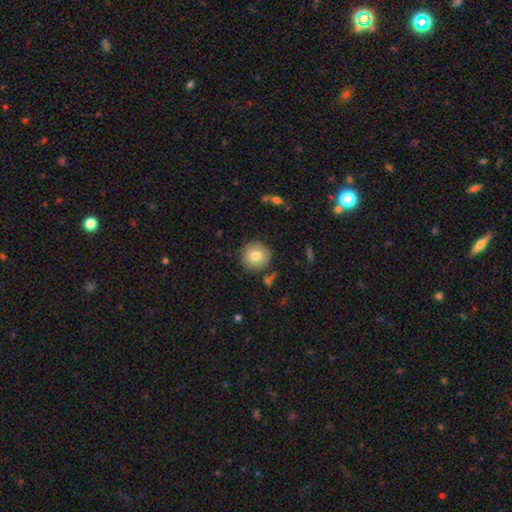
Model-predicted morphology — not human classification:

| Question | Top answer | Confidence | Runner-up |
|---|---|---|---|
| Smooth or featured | smooth | 79% | featured or disk (13%) |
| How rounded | round | 94% | in between (5%) |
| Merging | none | 86% | minor disturbance (8%) |